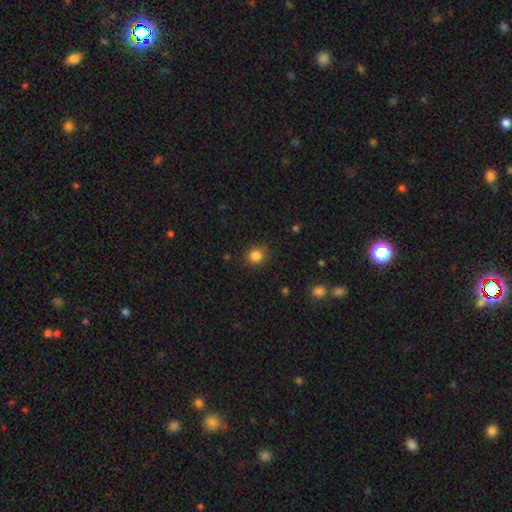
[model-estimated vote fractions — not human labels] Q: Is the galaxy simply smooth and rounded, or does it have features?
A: smooth — 84%.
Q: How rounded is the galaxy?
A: round — 83%.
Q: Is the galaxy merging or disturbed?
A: none — 84%.